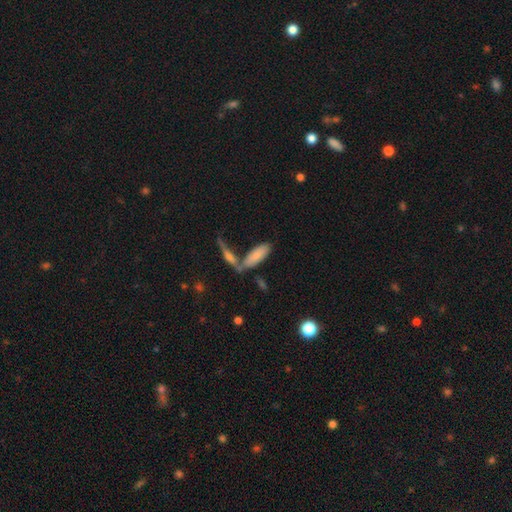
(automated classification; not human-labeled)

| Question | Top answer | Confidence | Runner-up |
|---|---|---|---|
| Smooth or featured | smooth | 74% | featured or disk (19%) |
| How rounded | in between | 65% | cigar-shaped (33%) |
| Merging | none | 49% | merger (34%) |